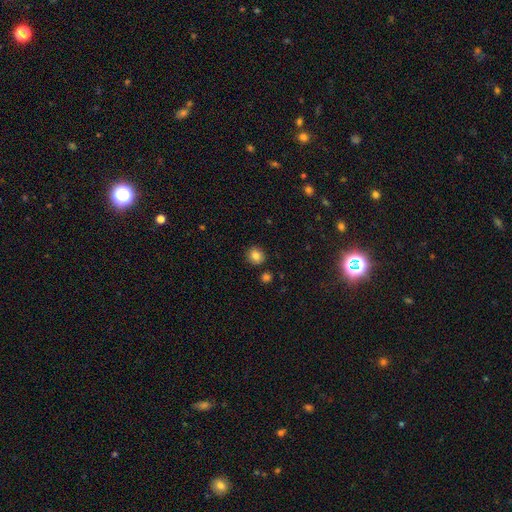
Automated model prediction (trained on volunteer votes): A smooth galaxy with no disk features (84%) that is round (81%).

Vote fractions:
- Smooth or featured? smooth: 84% / star or artifact: 10% / featured or disk: 6%
- How rounded? round: 81% / in between: 18% / cigar-shaped: 1%
- Merging? none: 86% / minor disturbance: 8% / merger: 3% / major disturbance: 2%